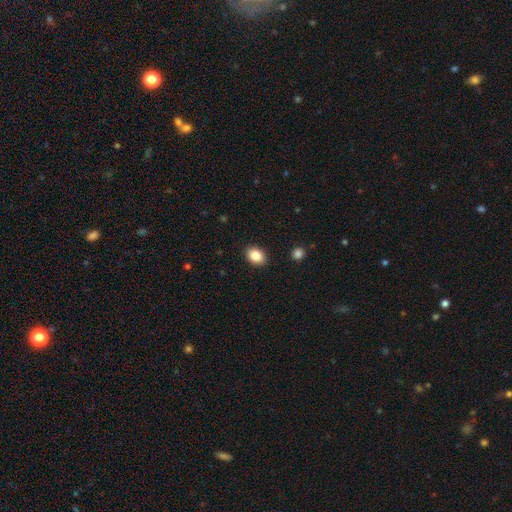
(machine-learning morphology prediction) Smooth or featured?
  - smooth: 86% *
  - star or artifact: 8%
  - featured or disk: 5%
How rounded?
  - in between: 67% *
  - round: 32%
  - cigar-shaped: 1%
Merging?
  - none: 90% *
  - minor disturbance: 7%
  - major disturbance: 2%
  - merger: 1%